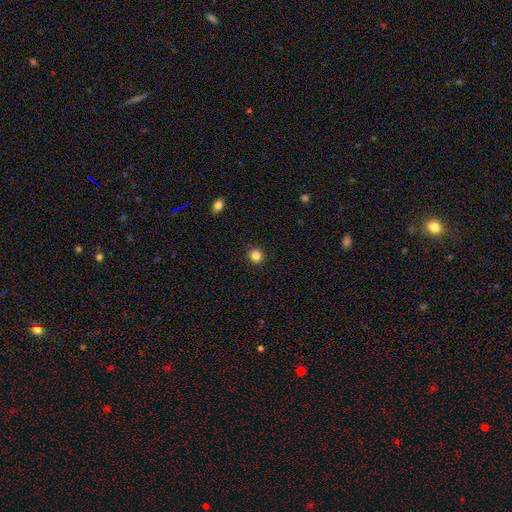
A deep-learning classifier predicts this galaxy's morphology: Smooth or featured? smooth (84%)
How rounded? round (91%)
Merging? none (92%)